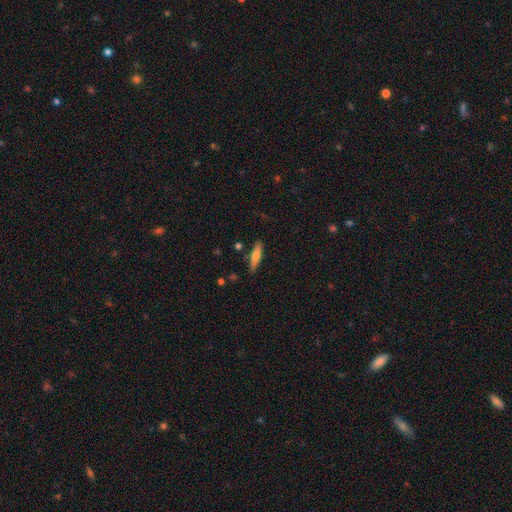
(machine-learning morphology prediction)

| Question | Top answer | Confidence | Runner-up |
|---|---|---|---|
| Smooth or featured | smooth | 64% | featured or disk (29%) |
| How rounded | cigar-shaped | 78% | in between (20%) |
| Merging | none | 83% | minor disturbance (11%) |